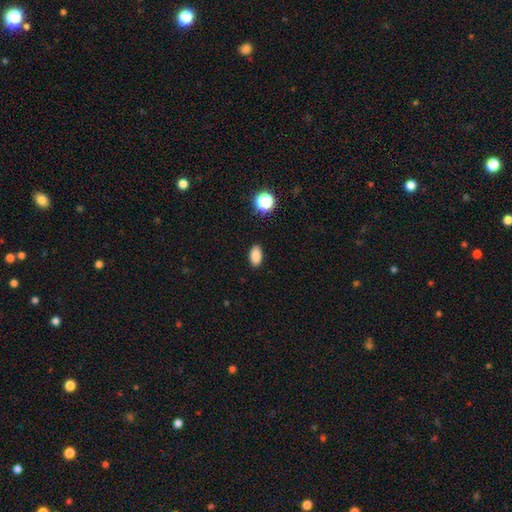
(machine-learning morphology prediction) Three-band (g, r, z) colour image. It shows a smooth galaxy with no disk features (86%) that is in between round and cigar-shaped (91%). Merging: none (89%).